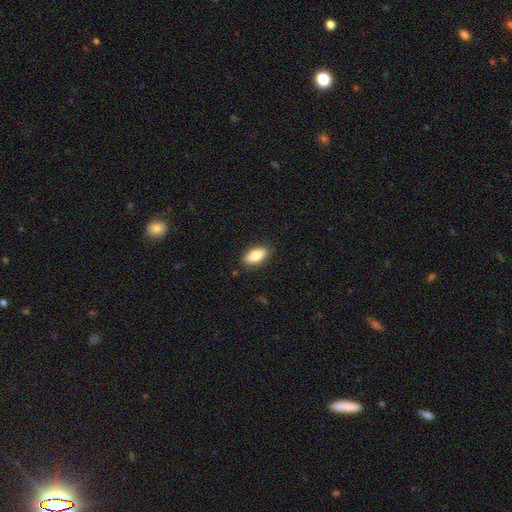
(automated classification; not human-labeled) This appears to be a smooth galaxy with no disk features (83%) that is in between round and cigar-shaped (88%). Merging: none (87%).